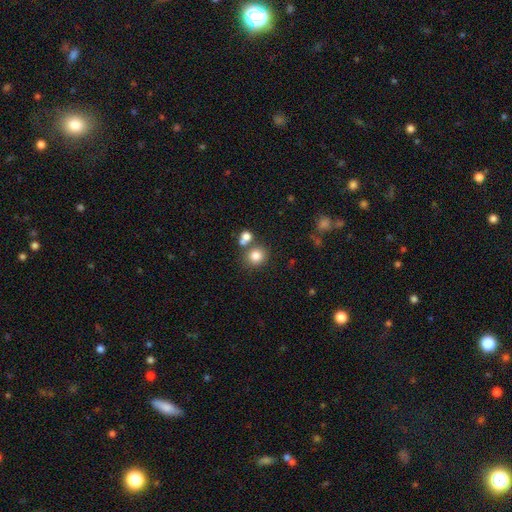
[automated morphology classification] smooth 81%, star or artifact 12%, featured or disk 7%. Down the decision tree: how rounded — round (84%); merging — none (67%).